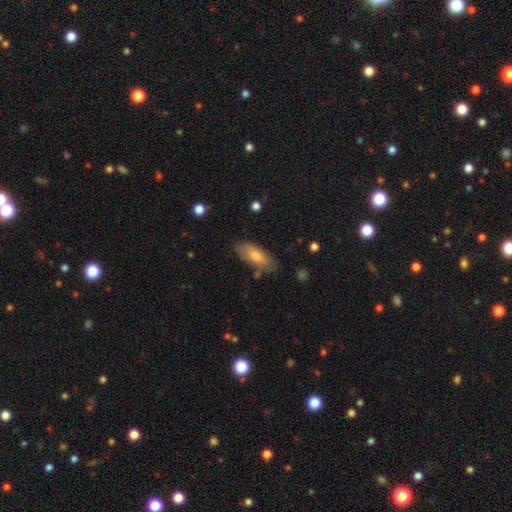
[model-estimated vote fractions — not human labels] Smooth or featured? Predicted: smooth (p=0.69). How rounded? Predicted: in between (p=0.79). Merging? Predicted: none (p=0.80).